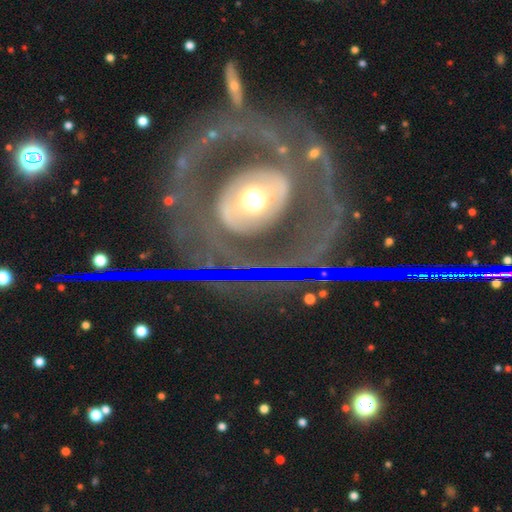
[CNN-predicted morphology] featured or disk 76%, smooth 16%, star or artifact 8%. Down the decision tree: edge-on disk — no (93%); bar — no (71%); spiral arms — no (53%); bulge size — moderate (61%); merging — none (70%).